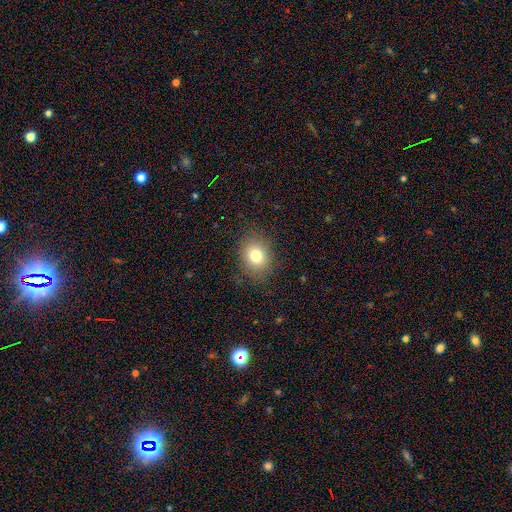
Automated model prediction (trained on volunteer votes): Q: Smooth or featured?
A: smooth (78%); runner-up: star or artifact (12%)
Q: How rounded?
A: round (54%); runner-up: in between (45%)
Q: Merging?
A: none (84%); runner-up: minor disturbance (11%)